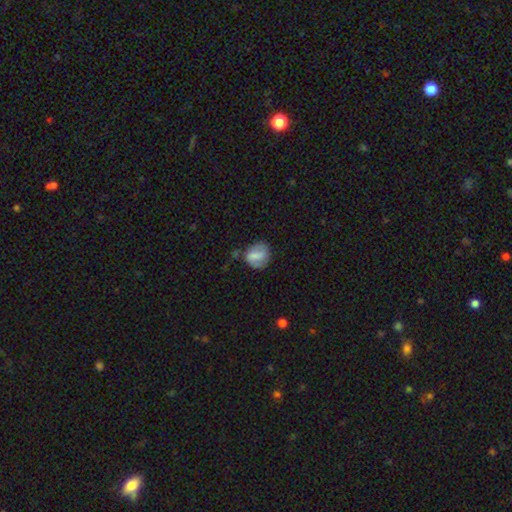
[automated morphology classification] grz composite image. It shows a smooth galaxy with no disk features (59%) that is round (61%). Merging: none (57%).